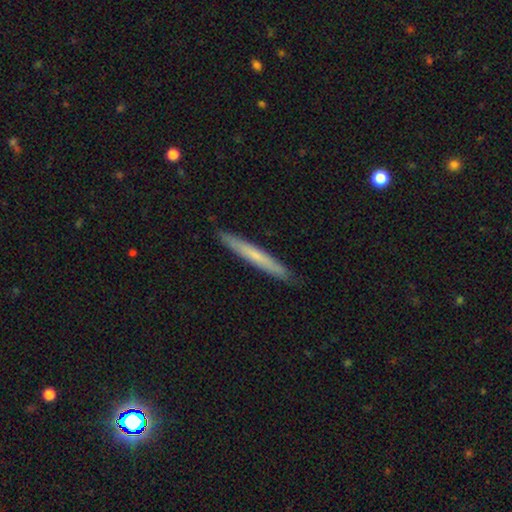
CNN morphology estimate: A smooth galaxy with no disk features (57%) that is cigar-shaped (97%). Merging: none (91%).